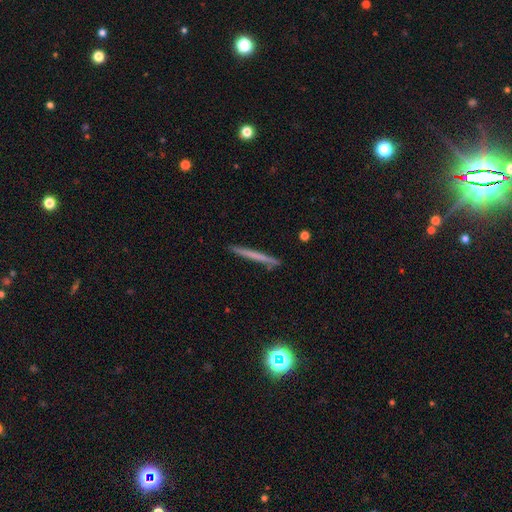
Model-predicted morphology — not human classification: This is possibly a smooth galaxy (53%). How rounded: clearly cigar-shaped (96%). Merging: clearly none (88%).